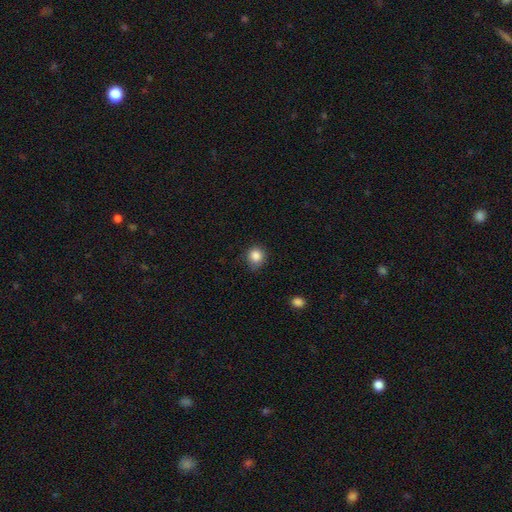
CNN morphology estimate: Smooth or featured? smooth (85%)
How rounded? round (84%)
Merging? none (78%)